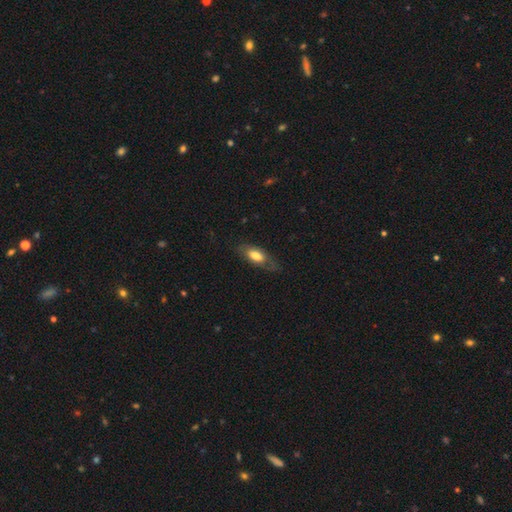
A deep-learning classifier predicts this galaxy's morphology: Smooth or featured? Predicted: smooth (p=0.67). How rounded? Predicted: in between (p=0.81). Merging? Predicted: none (p=0.66).